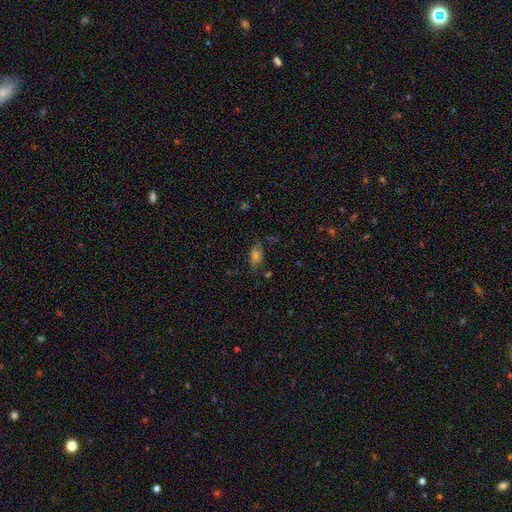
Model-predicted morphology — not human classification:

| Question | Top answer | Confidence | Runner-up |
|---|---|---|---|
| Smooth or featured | smooth | 63% | star or artifact (20%) |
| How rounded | in between | 81% | round (11%) |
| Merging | none | 67% | minor disturbance (21%) |